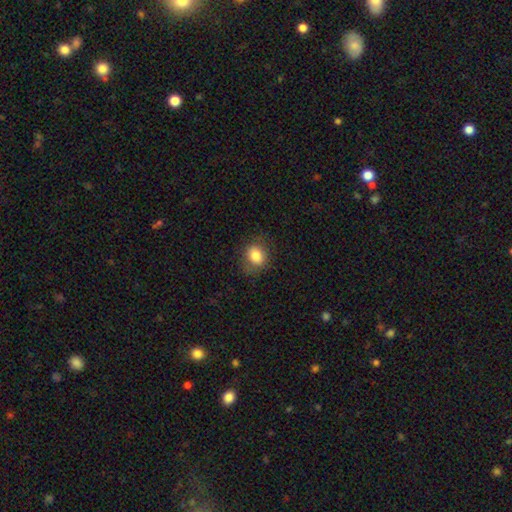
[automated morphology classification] A smooth galaxy with no disk features (82%) that is round (52%). Merging: none (78%).